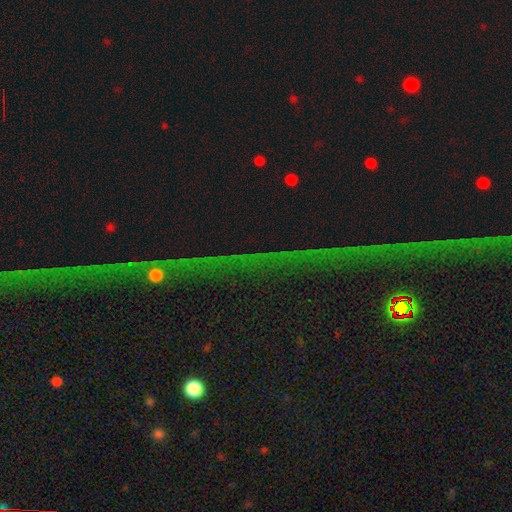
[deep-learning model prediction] The model was most divided on "smooth or featured": star or artifact: 76%, featured or disk: 14%, smooth: 10%.